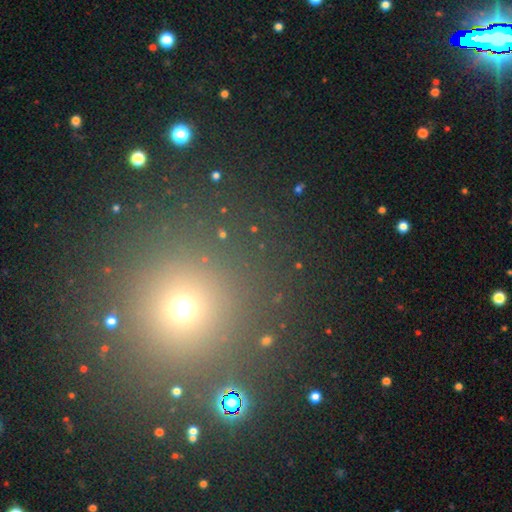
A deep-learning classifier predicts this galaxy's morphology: type=smooth (49%); merging=none (89%).